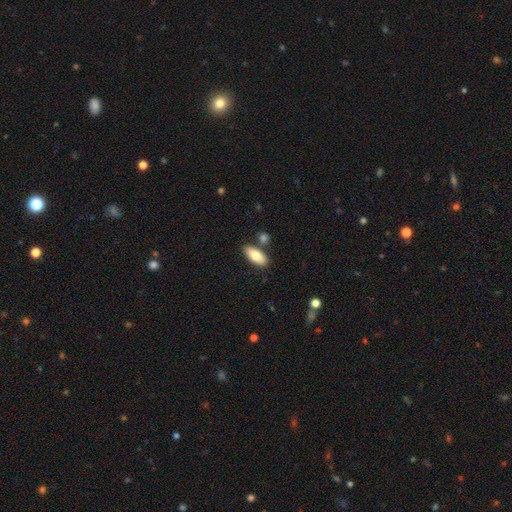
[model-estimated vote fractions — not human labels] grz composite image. It shows a smooth galaxy with no disk features (77%) that is in between round and cigar-shaped (87%). Merging: none (79%).